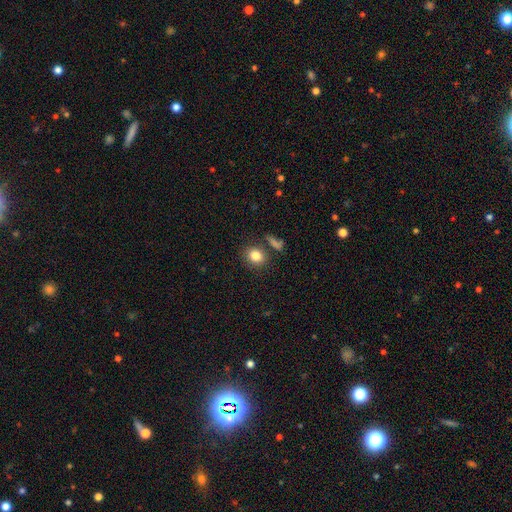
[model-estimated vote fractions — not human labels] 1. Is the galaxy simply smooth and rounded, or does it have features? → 83% smooth, 10% star or artifact, 7% featured or disk.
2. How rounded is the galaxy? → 63% round, 36% in between, 1% cigar-shaped.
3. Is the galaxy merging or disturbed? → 78% none, 10% minor disturbance, 8% merger, 4% major disturbance.